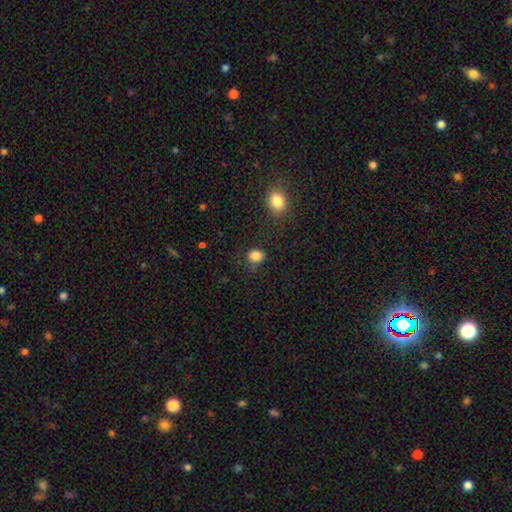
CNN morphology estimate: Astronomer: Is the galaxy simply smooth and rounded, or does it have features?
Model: smooth — 85%.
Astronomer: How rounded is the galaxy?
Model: round — 69%.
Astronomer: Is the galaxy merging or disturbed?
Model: none — 76%.